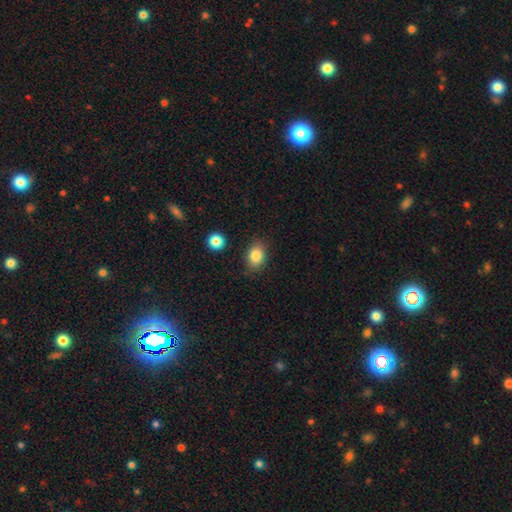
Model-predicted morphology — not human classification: smooth 85%, star or artifact 9%, featured or disk 6%. Down the decision tree: how rounded — in between (69%); merging — none (83%).